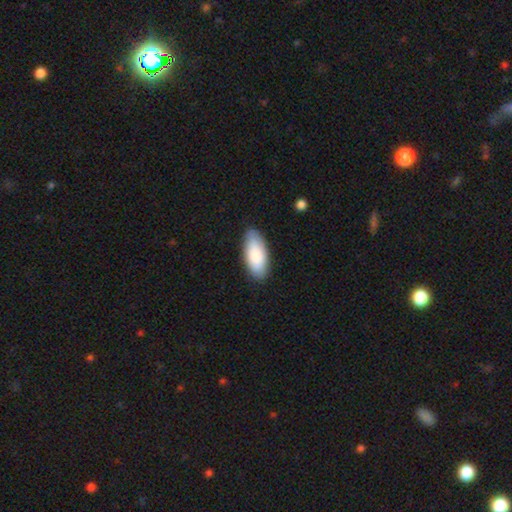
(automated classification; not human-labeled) smooth 86%, featured or disk 9%, star or artifact 5%. Down the decision tree: how rounded — in between (88%); merging — none (85%).